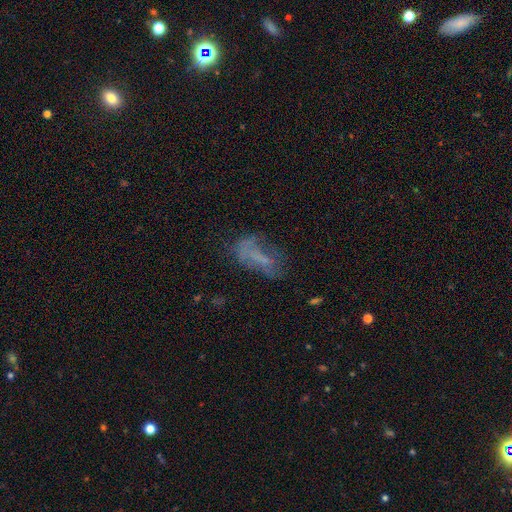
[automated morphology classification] Smooth or featured? Predicted: featured or disk (p=0.43). Merging? Predicted: none (p=0.40).